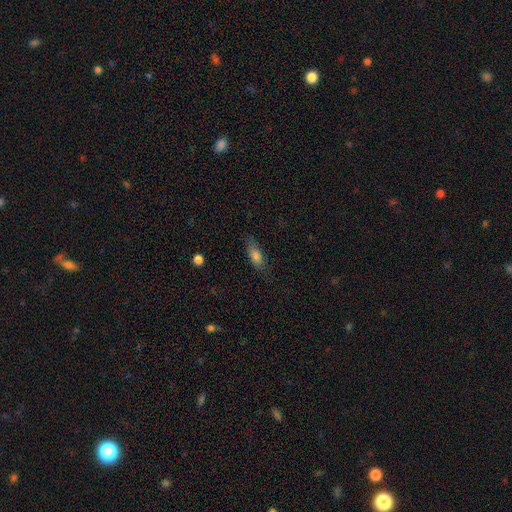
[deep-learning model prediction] The model was most divided on "how rounded": in between: 61%, cigar-shaped: 36%, round: 3%. More confident: merging — none (79%); smooth or featured — smooth (74%).